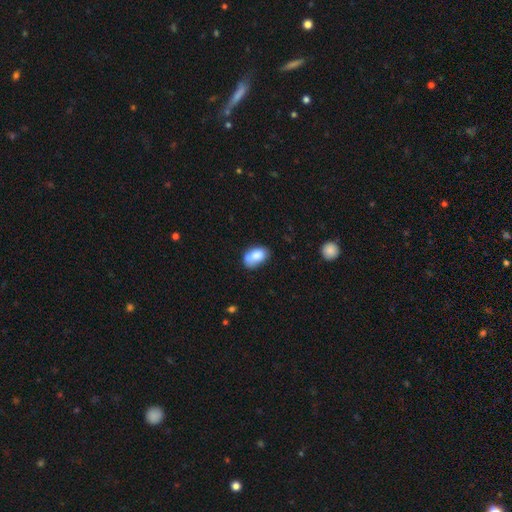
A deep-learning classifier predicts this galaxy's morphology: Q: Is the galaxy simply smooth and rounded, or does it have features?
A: smooth — 78%.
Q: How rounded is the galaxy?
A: in between — 87%.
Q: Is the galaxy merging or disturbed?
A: none — 48%.